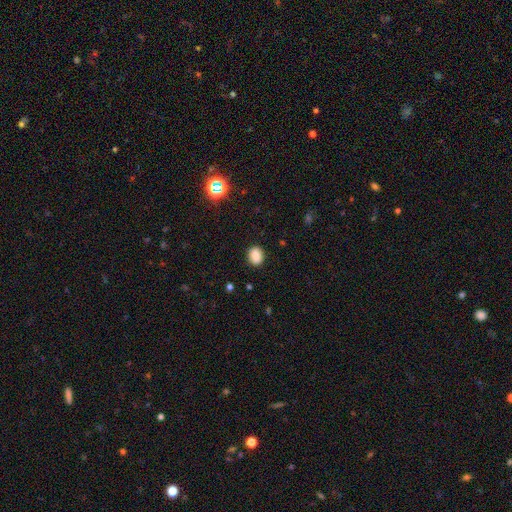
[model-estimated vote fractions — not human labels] Overall: smooth (84%). How rounded: round (51%; in between 47%). Merging: none (89%).